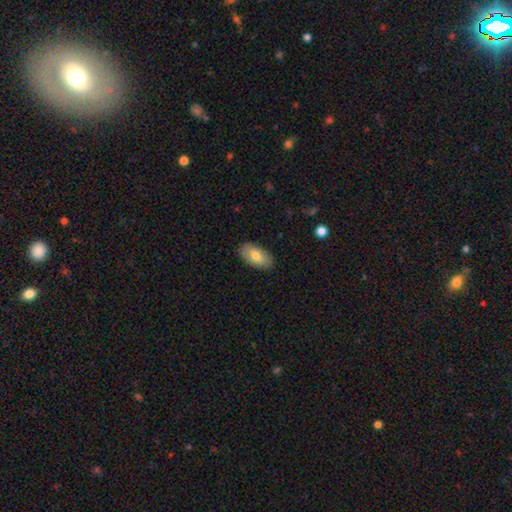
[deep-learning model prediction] smooth-or-featured: smooth: 74% | featured or disk: 20% | star or artifact: 6%
  how-rounded: in between: 94% | round: 3% | cigar-shaped: 3%
  merging: none: 86% | minor disturbance: 10% | major disturbance: 2% | merger: 1%